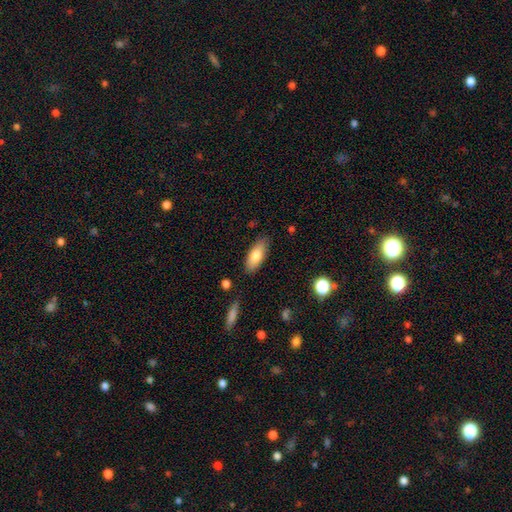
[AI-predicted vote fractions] Morphology: type=smooth (79%); roundness=in between (77%); merging=none (84%).